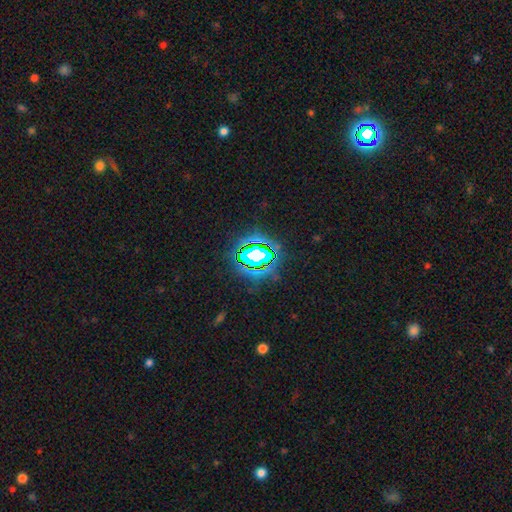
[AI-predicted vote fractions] This is likely a star or artifact rather than a galaxy (72%).